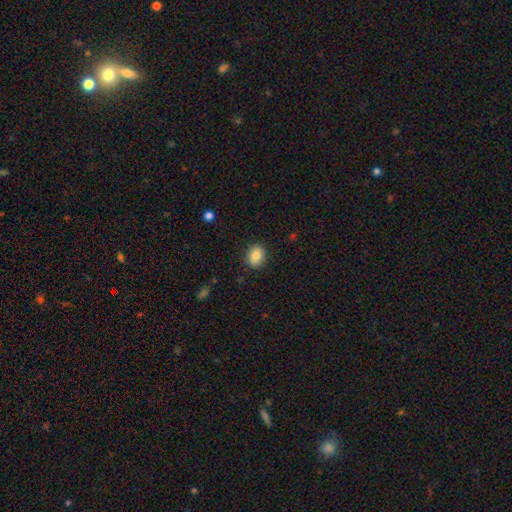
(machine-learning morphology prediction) Overall: smooth (83%). How rounded: in between (59%; round 39%). Merging: none (87%).